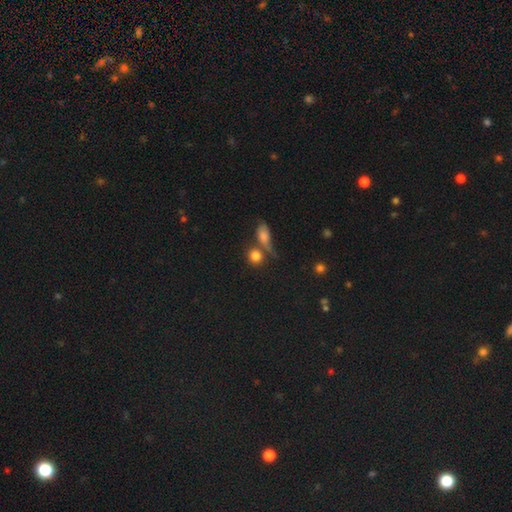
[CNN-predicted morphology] Q: Smooth or featured?
A: smooth (81%); runner-up: star or artifact (11%)
Q: How rounded?
A: round (77%); runner-up: in between (20%)
Q: Merging?
A: none (54%); runner-up: merger (30%)